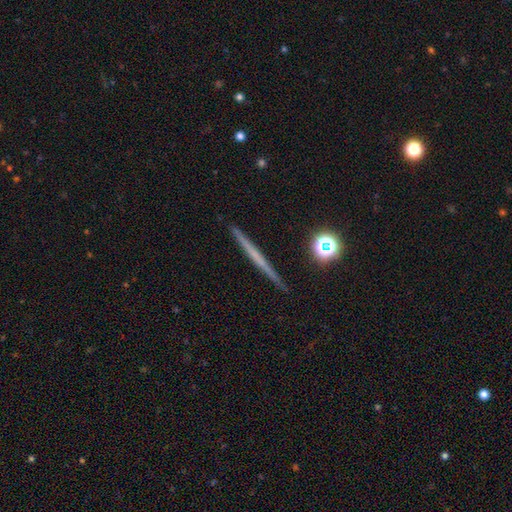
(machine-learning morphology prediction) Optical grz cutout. It shows a featured or disk galaxy (53%) viewed edge-on (97%) with no central bulge (88%). Merging: none (92%).